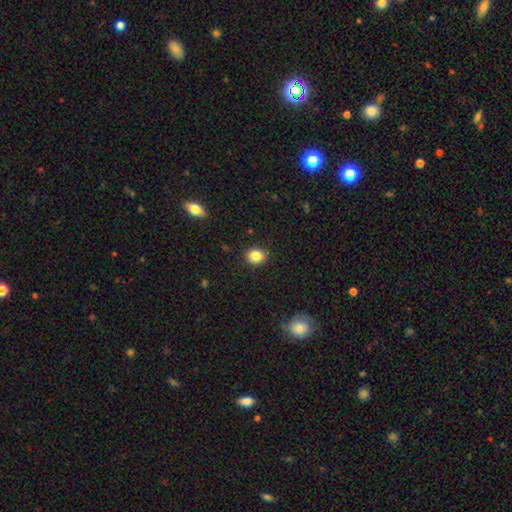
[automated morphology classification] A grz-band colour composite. It shows a smooth galaxy with no disk features (84%) that is round (60%). Merging: none (90%).